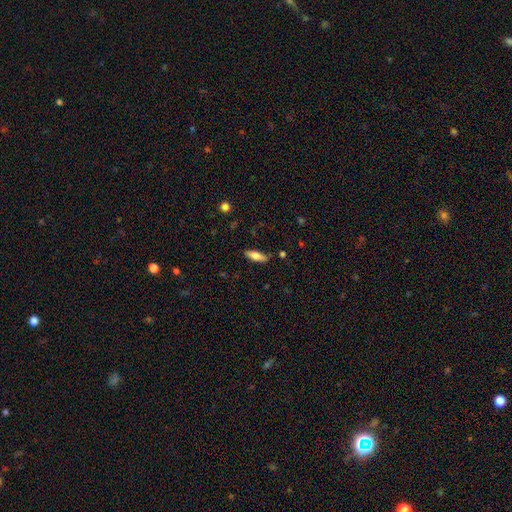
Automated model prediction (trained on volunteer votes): Smooth or featured? Predicted: smooth (p=0.70). How rounded? Predicted: in between (p=0.52). Merging? Predicted: none (p=0.79).